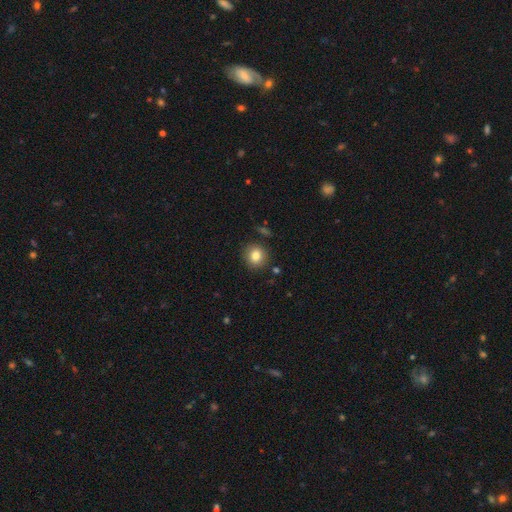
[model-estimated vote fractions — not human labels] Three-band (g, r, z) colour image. It shows a smooth galaxy with no disk features (82%) that is round (91%). Merging: none (88%).